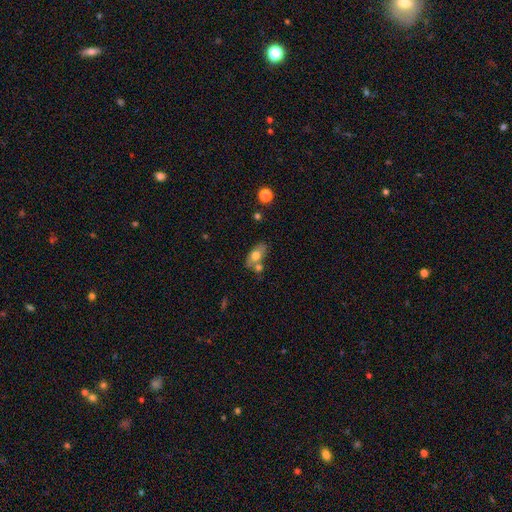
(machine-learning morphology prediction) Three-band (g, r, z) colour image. It shows a smooth galaxy with no disk features (67%) that is in between round and cigar-shaped (86%). Merging: none (53%).